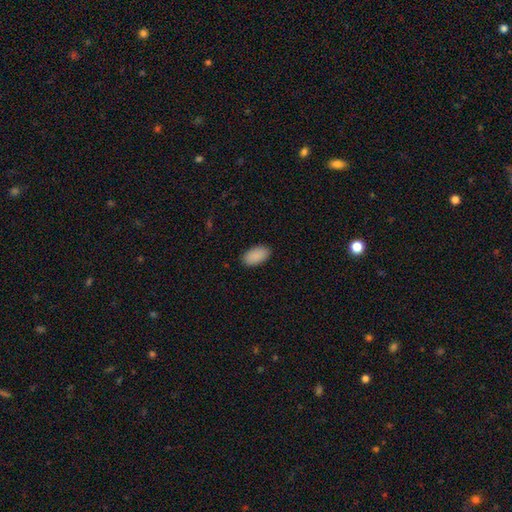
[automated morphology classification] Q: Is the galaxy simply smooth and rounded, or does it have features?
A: smooth — 90%.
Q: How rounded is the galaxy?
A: in between — 95%.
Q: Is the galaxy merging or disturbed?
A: none — 88%.